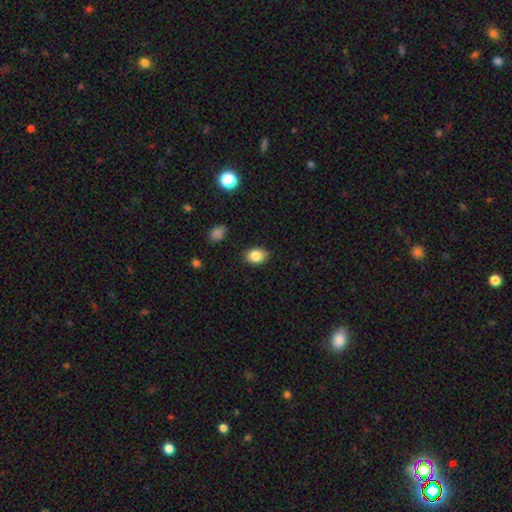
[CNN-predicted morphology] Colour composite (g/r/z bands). It shows a smooth galaxy with no disk features (84%) that is in between round and cigar-shaped (72%). Merging: none (85%).